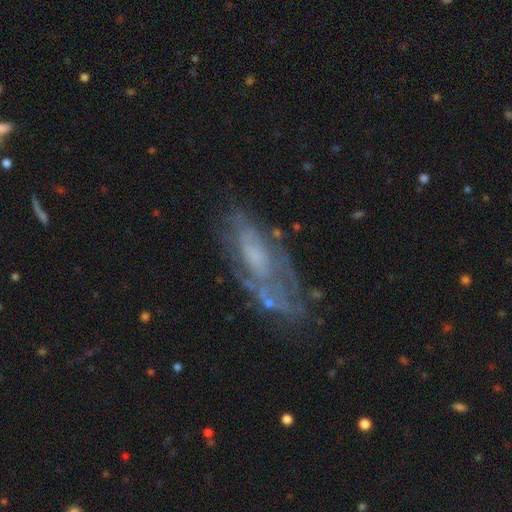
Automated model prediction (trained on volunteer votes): A featured or disk galaxy (68%) with no bar (71%), spiral arms (56%) and a small central bulge (37%). Merging: none (55%).